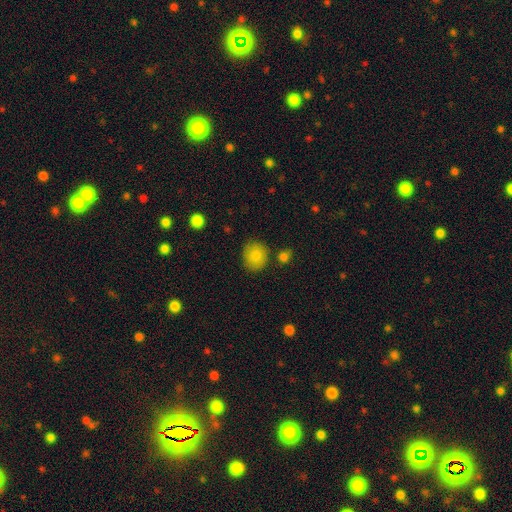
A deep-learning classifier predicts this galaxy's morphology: Smooth or featured? Predicted: smooth (p=0.86). How rounded? Predicted: round (p=0.70). Merging? Predicted: none (p=0.79).